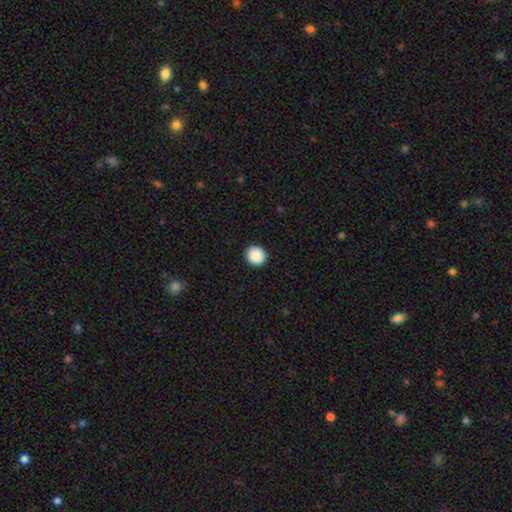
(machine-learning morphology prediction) smooth_or_featured: smooth (p=0.89) [alt: star or artifact p=0.08]
how_rounded: round (p=0.88) [alt: in between p=0.11]
merging: none (p=0.92) [alt: minor disturbance p=0.05]